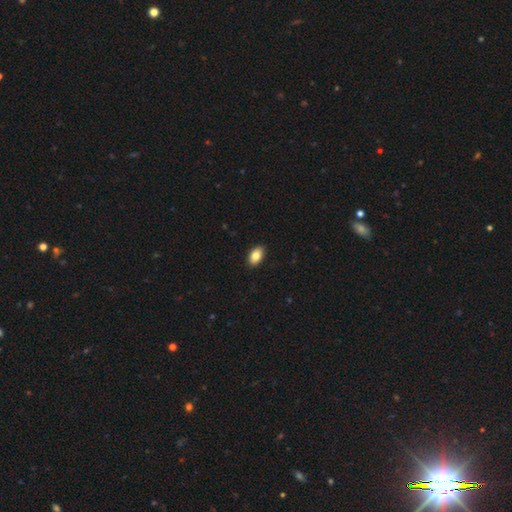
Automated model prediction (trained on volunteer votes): The model was most divided on "smooth or featured": smooth: 84%, featured or disk: 8%, star or artifact: 7%. More confident: how rounded — in between (92%); merging — none (90%).